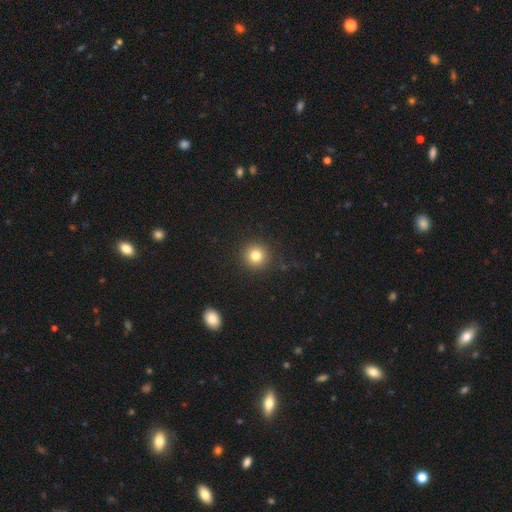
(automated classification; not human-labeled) smooth_or_featured: smooth (p=0.80) [alt: star or artifact p=0.13]
how_rounded: round (p=0.94) [alt: in between p=0.05]
merging: none (p=0.91) [alt: minor disturbance p=0.05]